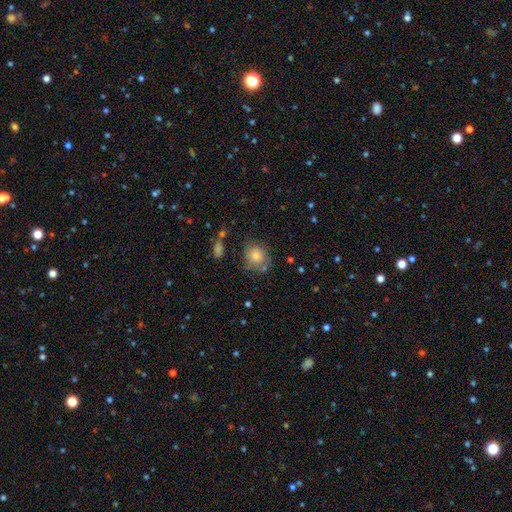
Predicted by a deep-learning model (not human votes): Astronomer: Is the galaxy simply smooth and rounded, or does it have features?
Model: smooth — 77%.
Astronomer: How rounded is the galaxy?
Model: round — 80%.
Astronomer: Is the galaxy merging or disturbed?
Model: none — 71%.